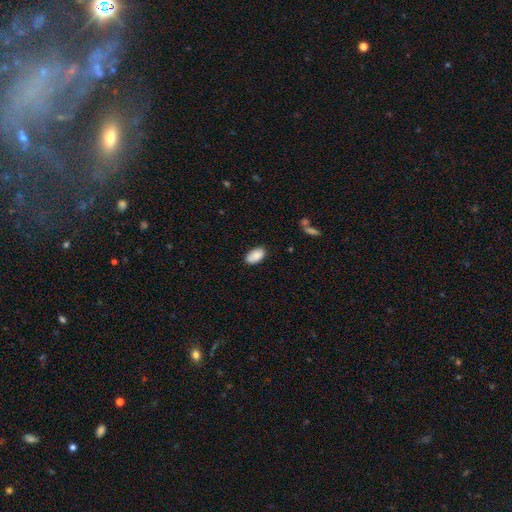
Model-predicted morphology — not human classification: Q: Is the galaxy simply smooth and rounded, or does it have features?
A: smooth — 86%.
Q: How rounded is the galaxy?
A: in between — 94%.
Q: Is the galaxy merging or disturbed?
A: none — 78%.